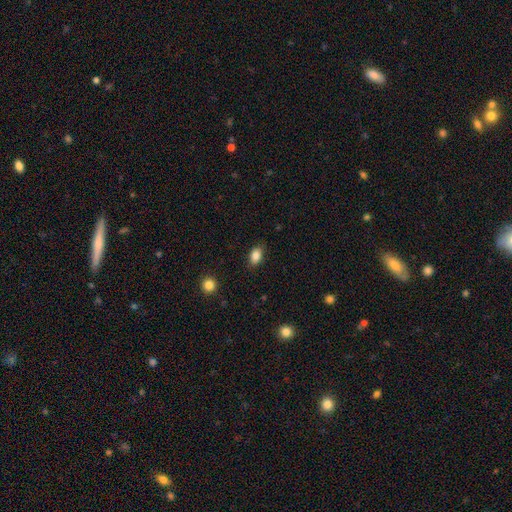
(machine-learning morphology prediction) smooth_or_featured: smooth (p=0.86) [alt: star or artifact p=0.09]
how_rounded: in between (p=0.85) [alt: round p=0.13]
merging: none (p=0.85) [alt: minor disturbance p=0.11]